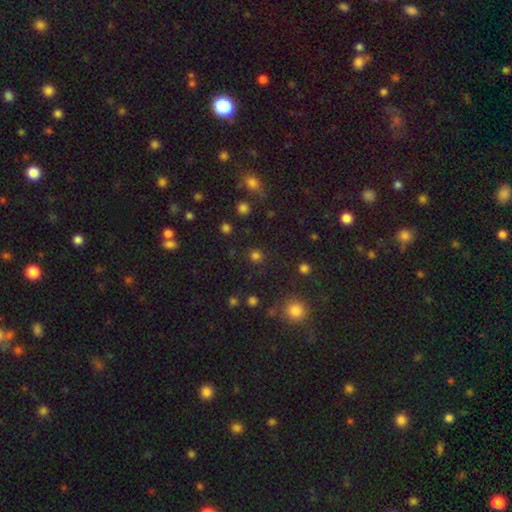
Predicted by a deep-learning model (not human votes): smooth 76%, star or artifact 20%, featured or disk 5%. Down the decision tree: how rounded — round (91%); merging — none (87%).